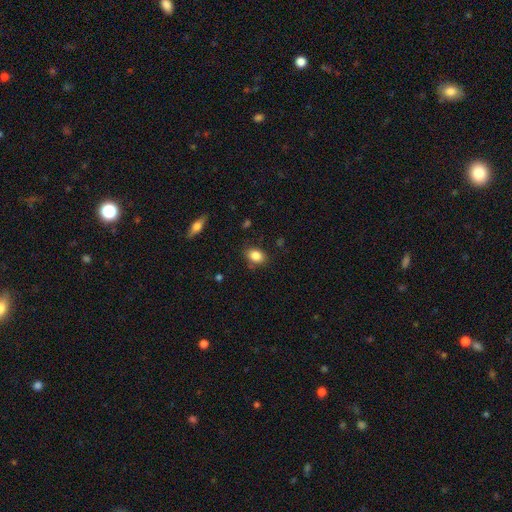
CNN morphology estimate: Overall: smooth (85%). How rounded: in between (75%). Merging: none (82%).